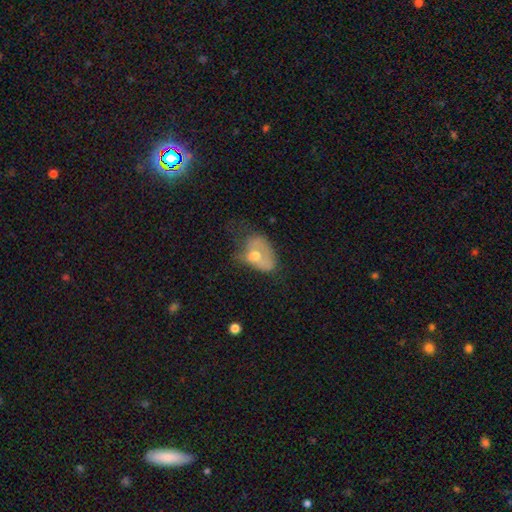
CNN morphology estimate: This appears to be a smooth galaxy with no disk features (53%) that is in between round and cigar-shaped (78%). Merging: major disturbance (43%).